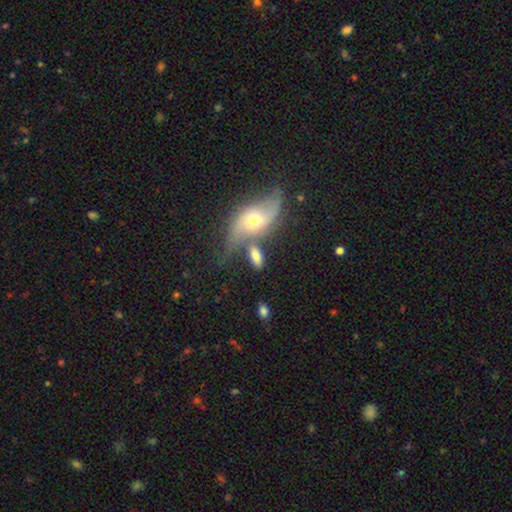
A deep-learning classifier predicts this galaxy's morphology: Smooth or featured? Predicted: smooth (p=0.61). How rounded? Predicted: in between (p=0.84). Merging? Predicted: none (p=0.46).